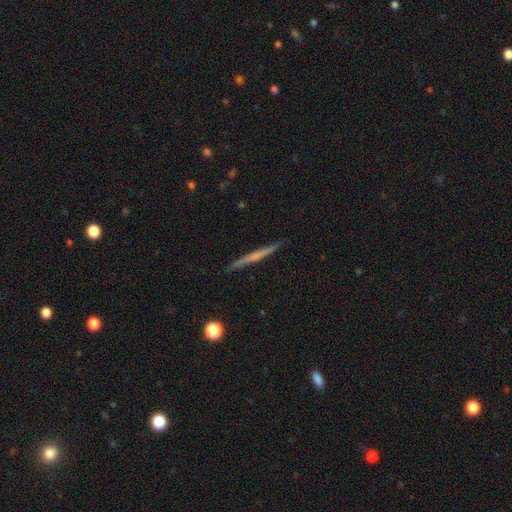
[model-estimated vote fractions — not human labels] Smooth or featured?
  - featured or disk: 58% *
  - smooth: 36%
  - star or artifact: 6%
Edge-on disk?
  - yes: 97% *
  - no: 3%
Edge-on bulge?
  - none: 65% *
  - rounded: 28%
  - boxy: 8%
Merging?
  - none: 90% *
  - minor disturbance: 7%
  - major disturbance: 1%
  - merger: 1%